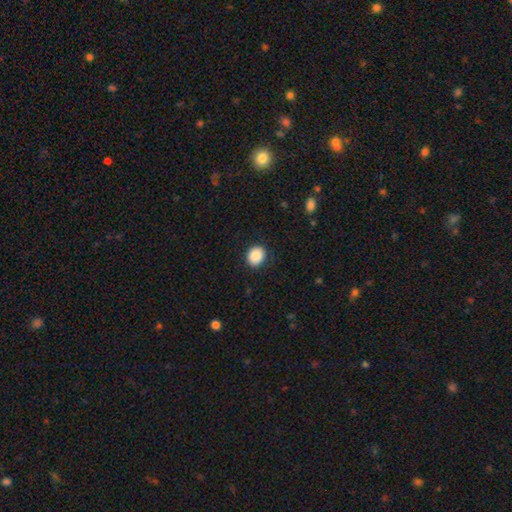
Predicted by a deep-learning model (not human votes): Morphology: type=smooth (88%); roundness=round (62%); merging=none (87%).